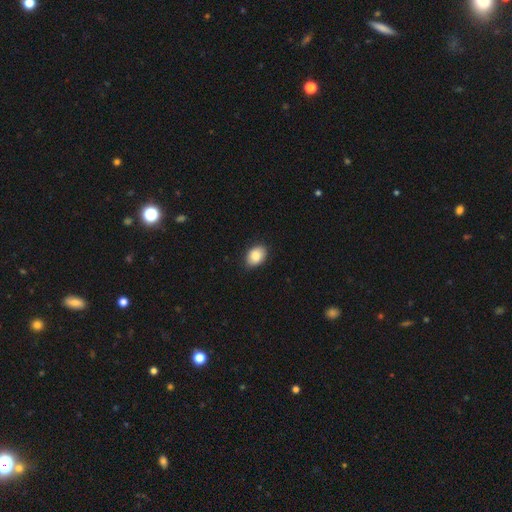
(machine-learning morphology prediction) Smooth or featured? Predicted: smooth (p=0.88). How rounded? Predicted: in between (p=0.80). Merging? Predicted: none (p=0.86).